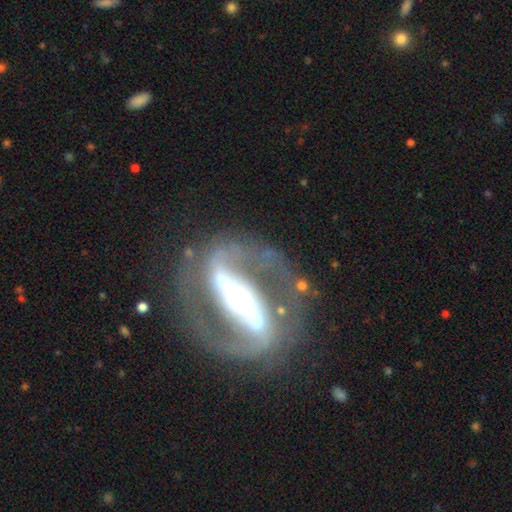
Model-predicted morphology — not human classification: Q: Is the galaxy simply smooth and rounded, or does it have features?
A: featured or disk — 91%.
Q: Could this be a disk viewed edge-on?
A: no — 95%.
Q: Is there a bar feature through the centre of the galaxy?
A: strong — 72%.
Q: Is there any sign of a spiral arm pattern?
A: yes — 96%.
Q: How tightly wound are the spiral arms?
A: medium — 58%.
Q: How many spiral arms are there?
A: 2 — 94%.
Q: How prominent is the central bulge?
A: moderate — 55%.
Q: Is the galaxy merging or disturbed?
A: none — 80%.